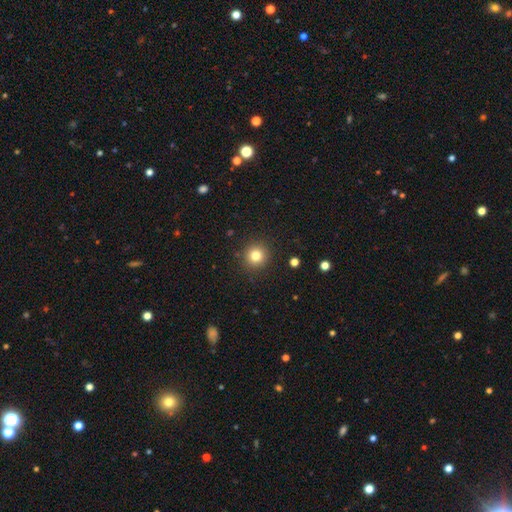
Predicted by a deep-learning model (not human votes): A smooth galaxy with no disk features (80%) that is round (94%).

Vote fractions:
- Smooth or featured? smooth: 80% / star or artifact: 13% / featured or disk: 7%
- How rounded? round: 94% / in between: 5% / cigar-shaped: 1%
- Merging? none: 90% / minor disturbance: 6% / major disturbance: 2% / merger: 1%